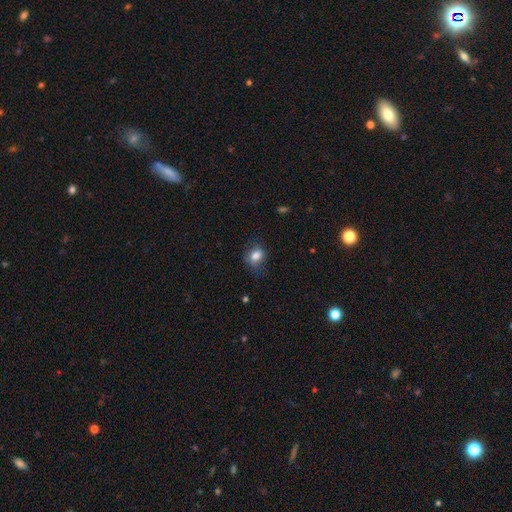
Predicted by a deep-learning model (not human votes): A smooth galaxy with no disk features (80%) that is in between round and cigar-shaped (55%). Merging: none (62%).